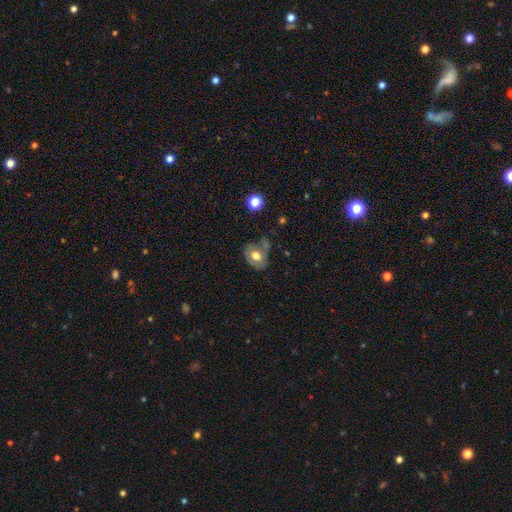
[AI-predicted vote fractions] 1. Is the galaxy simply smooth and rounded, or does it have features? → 60% smooth, 31% featured or disk, 9% star or artifact.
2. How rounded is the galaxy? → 60% in between, 38% round, 1% cigar-shaped.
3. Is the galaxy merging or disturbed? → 42% none, 31% minor disturbance, 19% major disturbance, 9% merger.